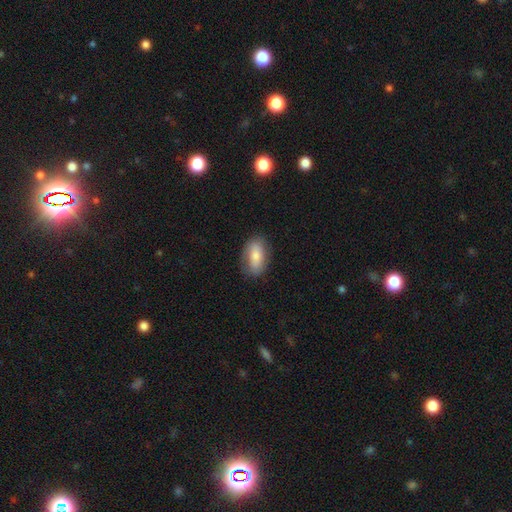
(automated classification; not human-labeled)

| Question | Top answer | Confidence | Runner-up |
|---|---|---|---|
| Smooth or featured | smooth | 74% | featured or disk (20%) |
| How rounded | in between | 91% | round (6%) |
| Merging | none | 79% | minor disturbance (16%) |